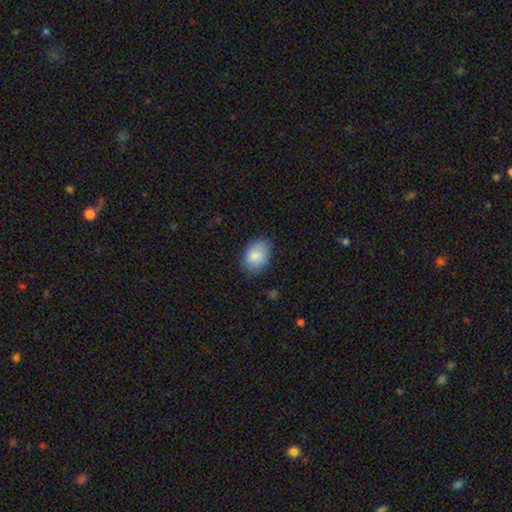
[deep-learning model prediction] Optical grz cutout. It shows a smooth galaxy with no disk features (86%) that is in between round and cigar-shaped (80%). Merging: none (78%).